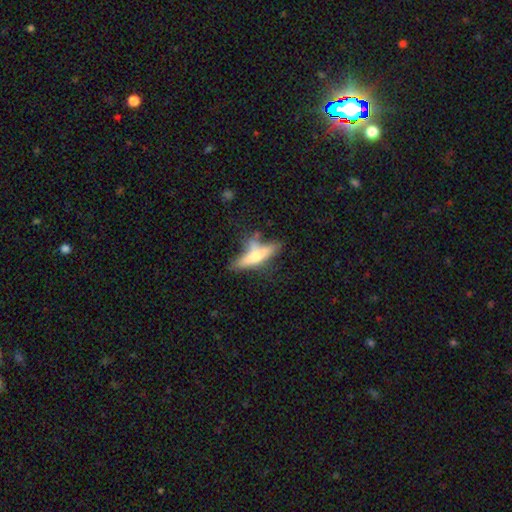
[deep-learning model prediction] Smooth or featured: smooth — 48% (featured or disk — 44%)
Merging: none — 51% (minor disturbance — 21%)